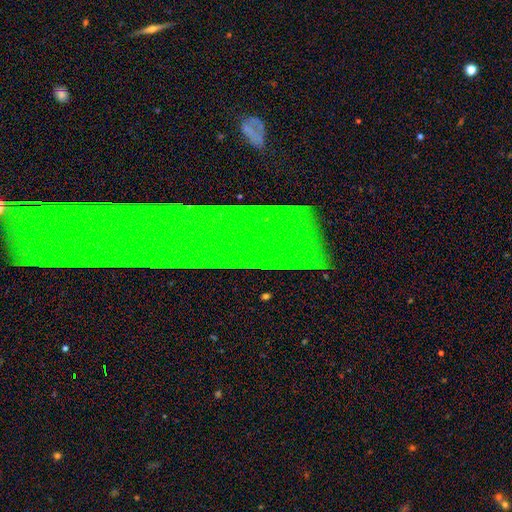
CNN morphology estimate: This appears to be a star or artifact, not a galaxy (63%).